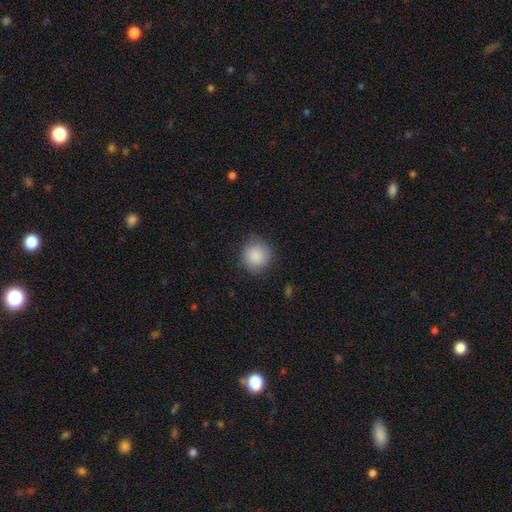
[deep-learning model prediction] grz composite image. It shows a smooth galaxy with no disk features (88%) that is round (92%). Merging: none (85%).